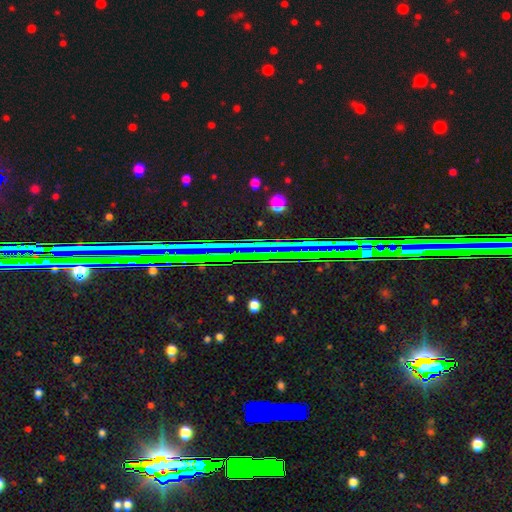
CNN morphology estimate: star or artifact 77%, featured or disk 13%, smooth 10%.